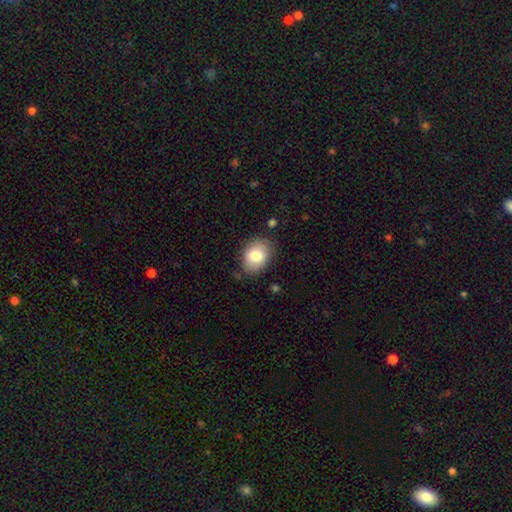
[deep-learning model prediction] smooth-or-featured: smooth: 79% | featured or disk: 13% | star or artifact: 7%
  how-rounded: in between: 73% | round: 27% | cigar-shaped: 1%
  merging: none: 78% | minor disturbance: 16% | major disturbance: 4% | merger: 2%